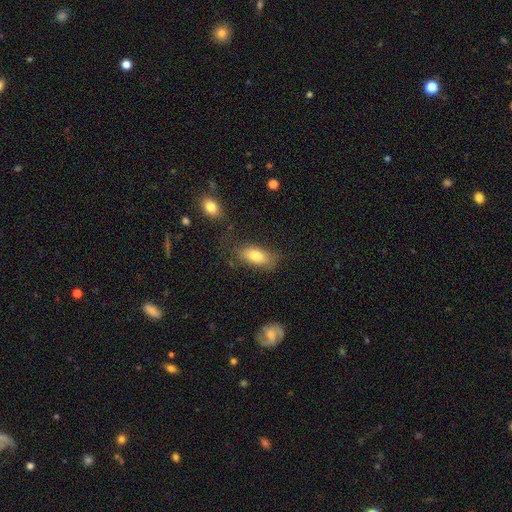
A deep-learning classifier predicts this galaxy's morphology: Smooth or featured: smooth — 81% (featured or disk — 12%)
How rounded: in between — 87% (cigar-shaped — 10%)
Merging: none — 67% (minor disturbance — 21%)